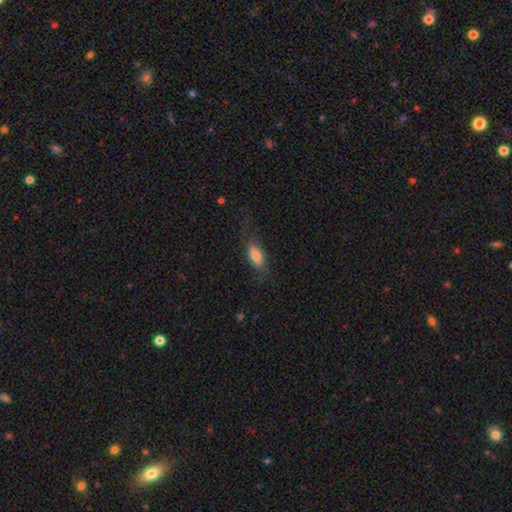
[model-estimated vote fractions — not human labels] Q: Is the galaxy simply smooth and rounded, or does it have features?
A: smooth — 76%.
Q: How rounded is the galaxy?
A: in between — 75%.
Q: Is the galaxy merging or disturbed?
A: none — 64%.